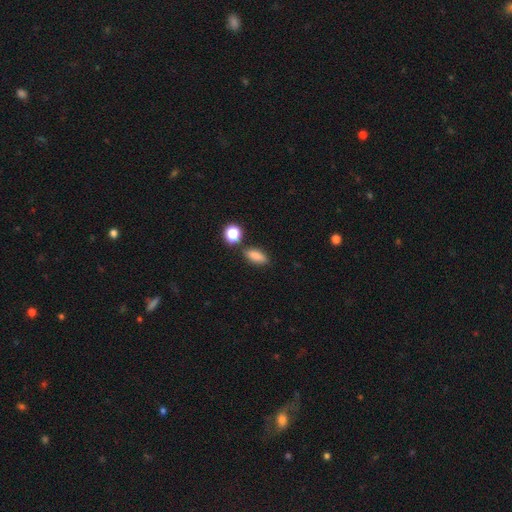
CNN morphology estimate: smooth 83%, star or artifact 10%, featured or disk 7%. Down the decision tree: how rounded — in between (73%); merging — none (77%).